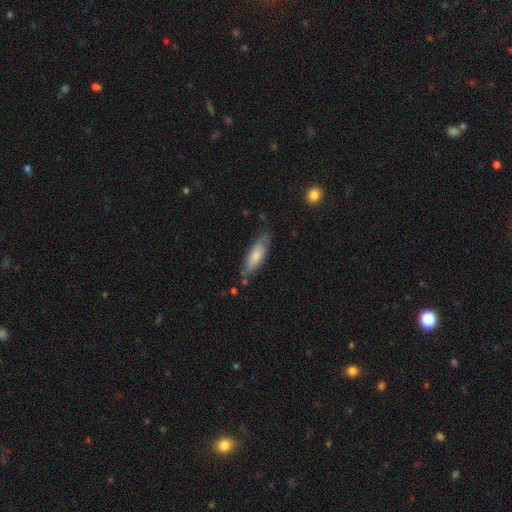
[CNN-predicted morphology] Smooth or featured? smooth (70%)
How rounded? in between (53%)
Merging? none (70%)